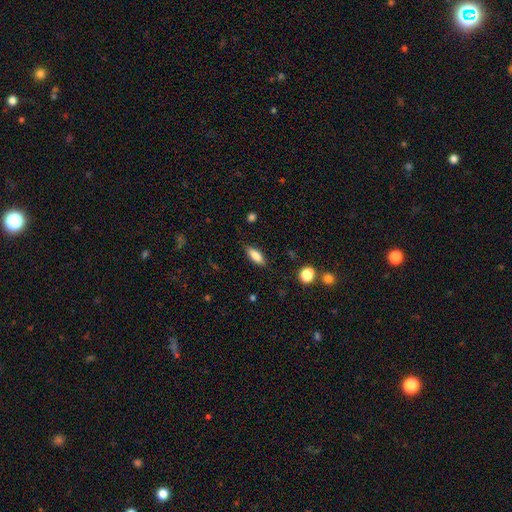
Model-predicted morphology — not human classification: Overall: smooth (82%). How rounded: in between (72%). Merging: none (83%).